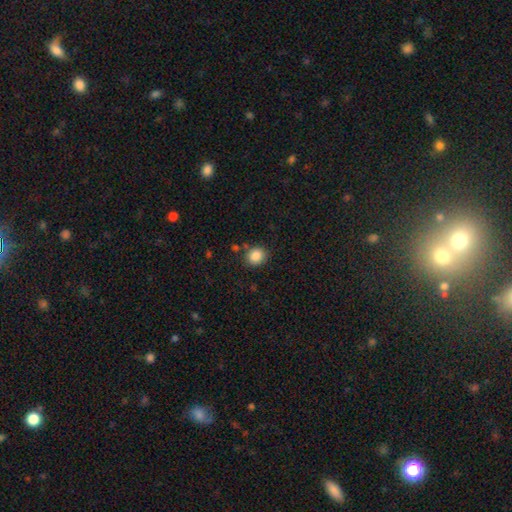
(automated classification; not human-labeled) Q: Smooth or featured?
A: smooth (86%); runner-up: star or artifact (10%)
Q: How rounded?
A: round (74%); runner-up: in between (26%)
Q: Merging?
A: none (83%); runner-up: minor disturbance (9%)